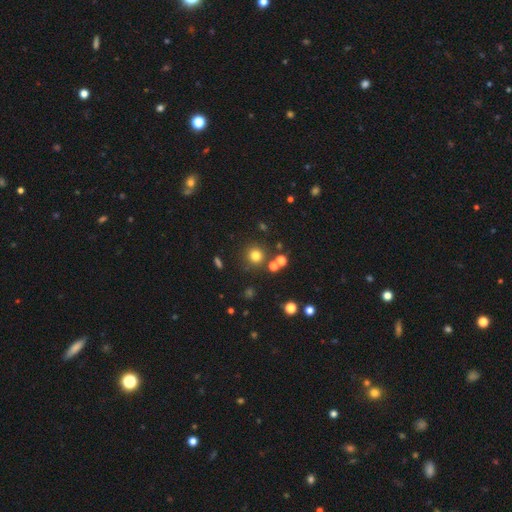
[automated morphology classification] Smooth or featured? smooth (76%)
How rounded? round (93%)
Merging? none (82%)